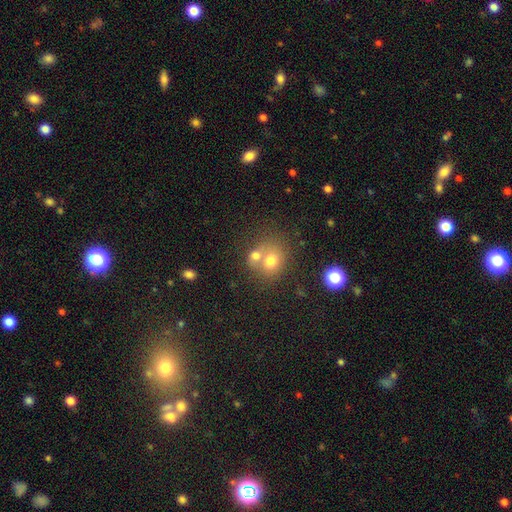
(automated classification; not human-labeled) smooth-or-featured: smooth: 69% | featured or disk: 19% | star or artifact: 13%
  how-rounded: round: 64% | in between: 35% | cigar-shaped: 1%
  merging: merger: 58% | none: 30% | minor disturbance: 8% | major disturbance: 5%